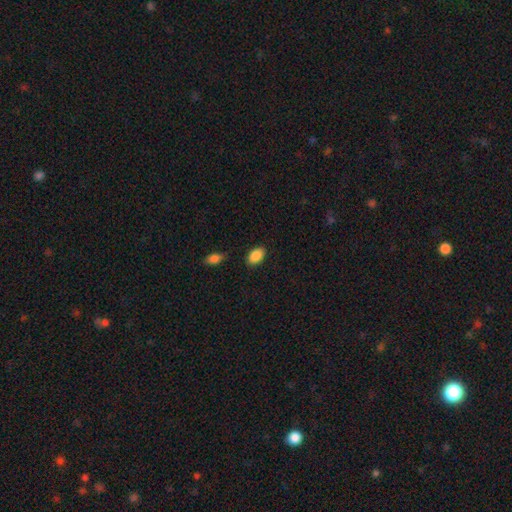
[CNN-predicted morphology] type=smooth (89%); roundness=in between (91%); merging=none (86%).